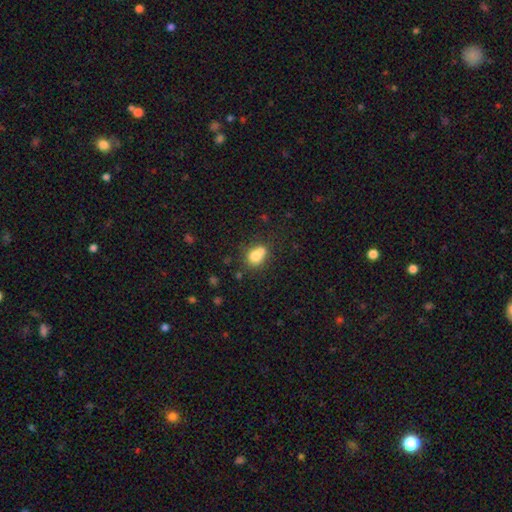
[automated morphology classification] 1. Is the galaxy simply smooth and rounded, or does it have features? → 75% smooth, 14% featured or disk, 11% star or artifact.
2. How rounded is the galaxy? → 60% round, 39% in between, 1% cigar-shaped.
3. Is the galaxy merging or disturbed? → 43% merger, 39% none, 12% minor disturbance, 5% major disturbance.